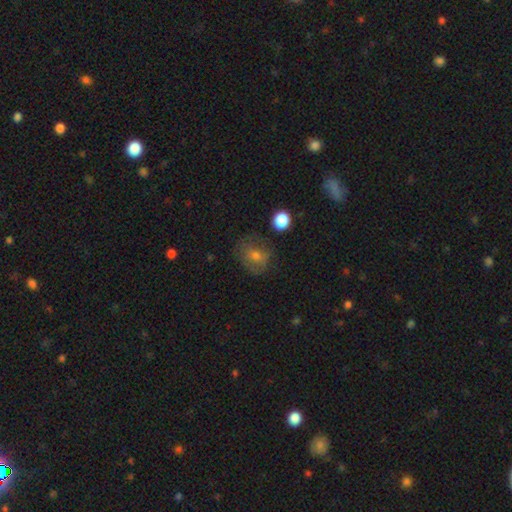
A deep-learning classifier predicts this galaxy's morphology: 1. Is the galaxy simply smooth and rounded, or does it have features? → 61% smooth, 27% featured or disk, 12% star or artifact.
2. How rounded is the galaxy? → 63% round, 35% in between, 1% cigar-shaped.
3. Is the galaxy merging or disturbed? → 63% none, 22% minor disturbance, 13% major disturbance, 2% merger.